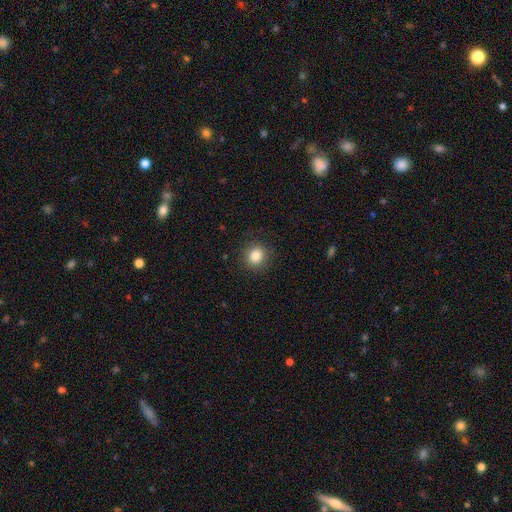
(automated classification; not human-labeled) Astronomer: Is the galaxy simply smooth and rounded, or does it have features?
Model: smooth — 84%.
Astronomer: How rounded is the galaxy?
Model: round — 82%.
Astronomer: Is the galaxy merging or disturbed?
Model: none — 89%.